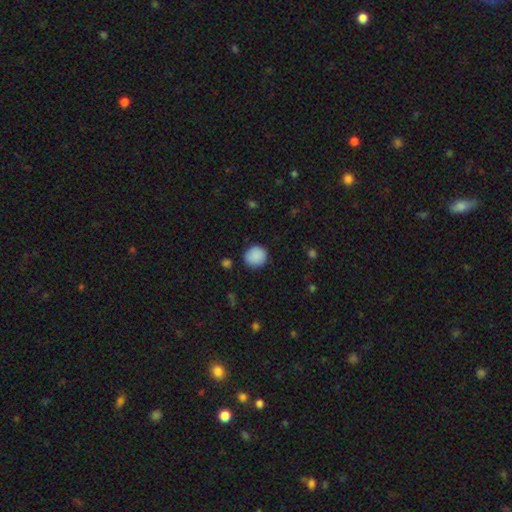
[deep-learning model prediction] Smooth or featured?
  - smooth: 89% *
  - star or artifact: 7%
  - featured or disk: 4%
How rounded?
  - round: 87% *
  - in between: 12%
  - cigar-shaped: 1%
Merging?
  - none: 85% *
  - minor disturbance: 11%
  - major disturbance: 3%
  - merger: 1%